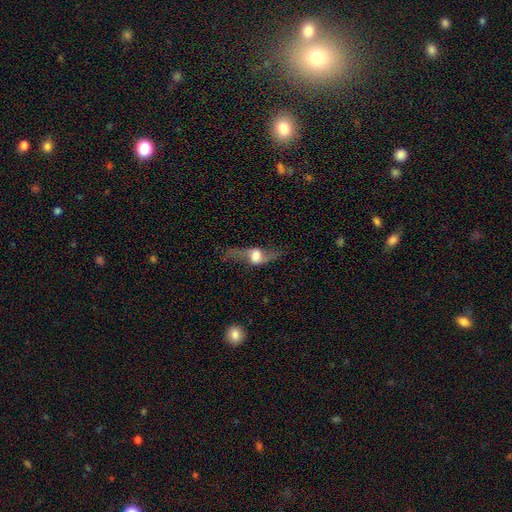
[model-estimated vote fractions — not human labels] Morphology: type=featured or disk (73%); edge-on=no (58%); merging=none (62%).